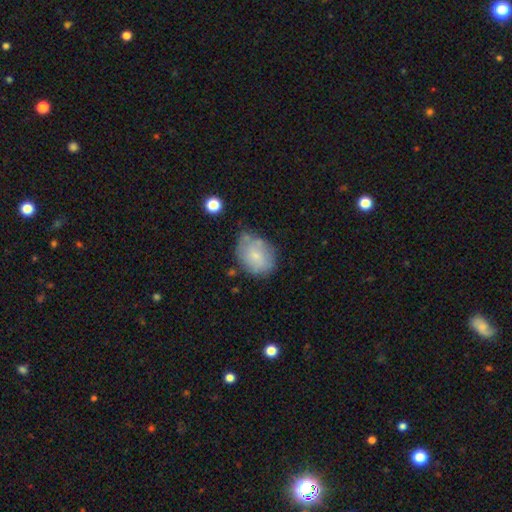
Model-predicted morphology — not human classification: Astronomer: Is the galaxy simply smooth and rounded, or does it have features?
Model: smooth — 67%.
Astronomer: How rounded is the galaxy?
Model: in between — 61% (runner-up: round, 37%).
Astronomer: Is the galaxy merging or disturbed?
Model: none — 56%.